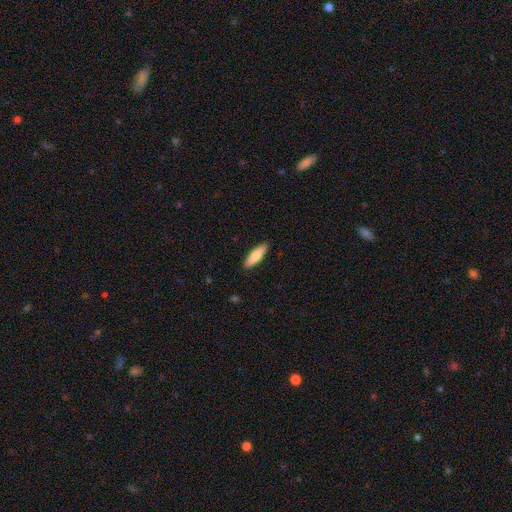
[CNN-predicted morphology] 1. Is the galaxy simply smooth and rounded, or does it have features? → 79% smooth, 15% featured or disk, 5% star or artifact.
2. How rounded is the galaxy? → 59% cigar-shaped, 39% in between, 2% round.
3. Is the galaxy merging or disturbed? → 89% none, 8% minor disturbance, 2% major disturbance, 1% merger.